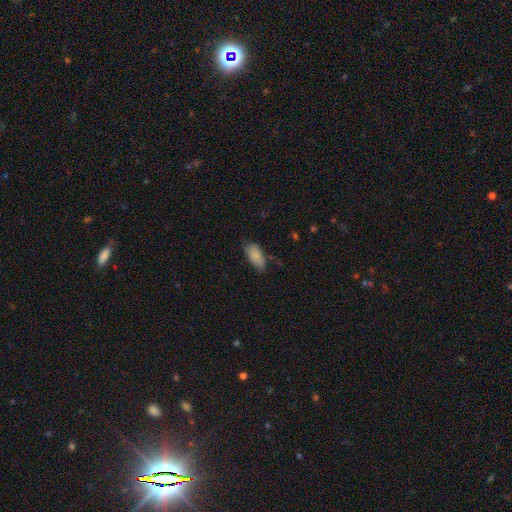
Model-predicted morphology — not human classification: Smooth or featured? smooth (85%)
How rounded? in between (92%)
Merging? none (69%)